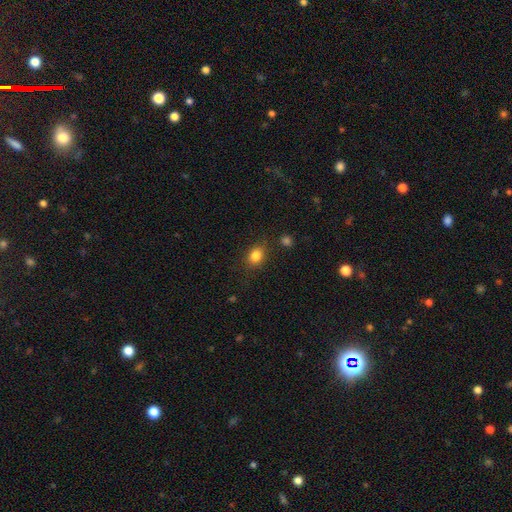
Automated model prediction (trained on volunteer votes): smooth-or-featured: smooth: 83% | star or artifact: 11% | featured or disk: 6%
  how-rounded: in between: 52% | round: 47% | cigar-shaped: 1%
  merging: none: 81% | minor disturbance: 12% | major disturbance: 4% | merger: 3%